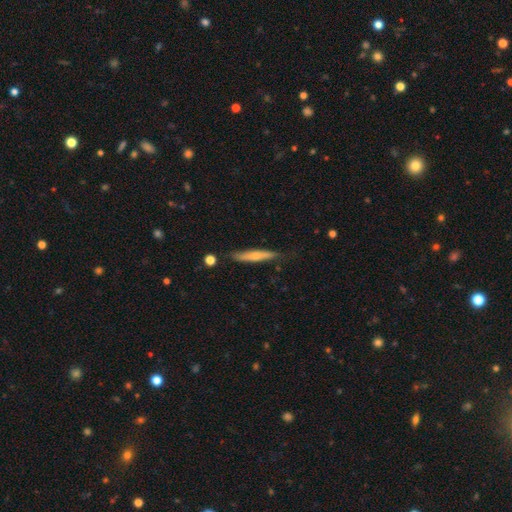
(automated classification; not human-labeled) A smooth galaxy with no disk features (56%) that is cigar-shaped (91%). Merging: none (79%).